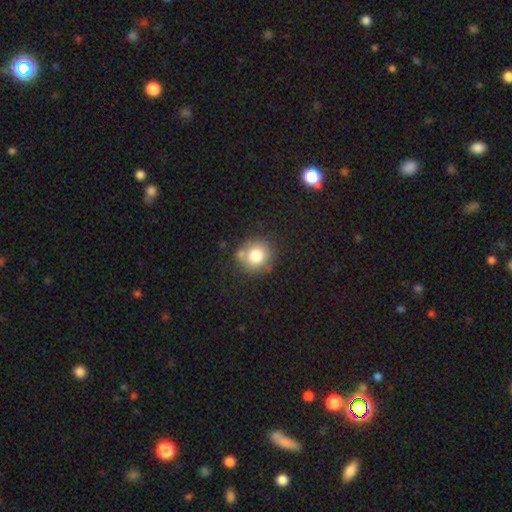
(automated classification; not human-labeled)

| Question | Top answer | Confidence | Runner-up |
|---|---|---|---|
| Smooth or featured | smooth | 78% | featured or disk (11%) |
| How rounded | round | 87% | in between (12%) |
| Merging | none | 70% | minor disturbance (15%) |